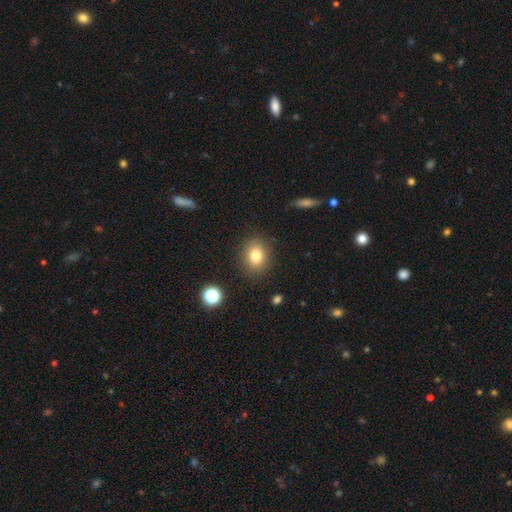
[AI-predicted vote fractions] smooth-or-featured: smooth: 81% | star or artifact: 11% | featured or disk: 8%
  how-rounded: round: 52% | in between: 47% | cigar-shaped: 1%
  merging: none: 86% | minor disturbance: 9% | major disturbance: 3% | merger: 2%